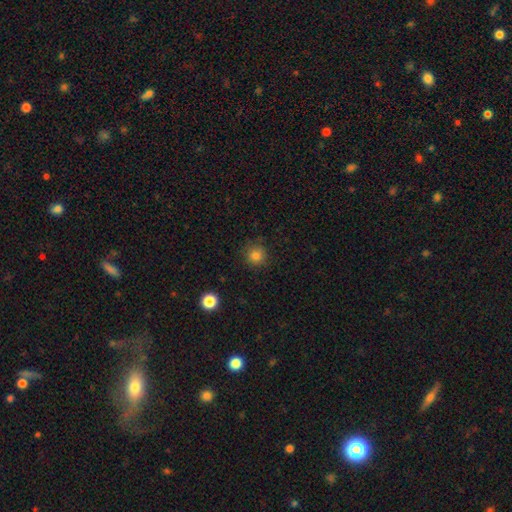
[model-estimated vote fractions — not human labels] This appears to be a smooth galaxy with no disk features (82%) that is round (93%). Merging: none (86%).